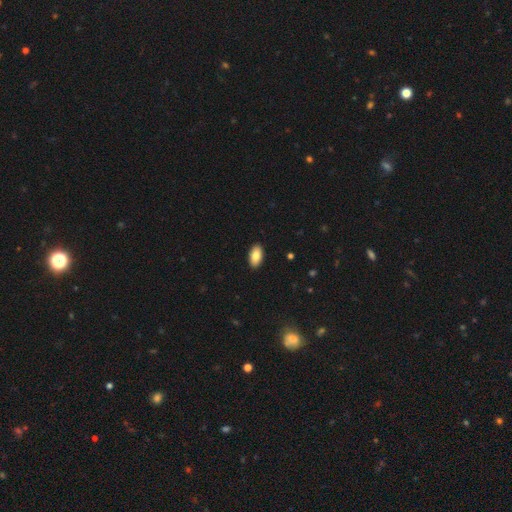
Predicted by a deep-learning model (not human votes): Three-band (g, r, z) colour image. It shows a smooth galaxy with no disk features (84%) that is in between round and cigar-shaped (94%). Merging: none (90%).